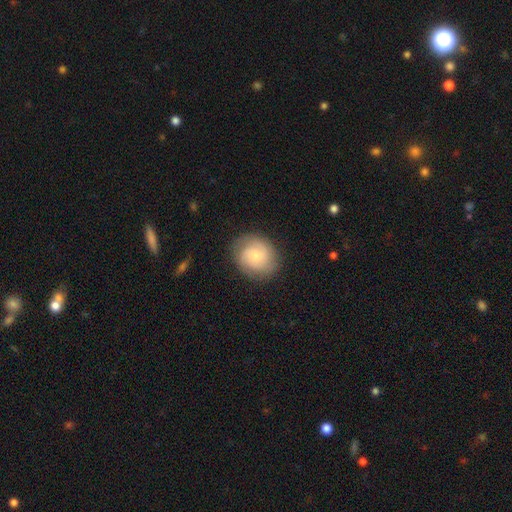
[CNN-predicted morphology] This appears to be a smooth galaxy with no disk features (51%) that is round (74%). Merging: none (81%).